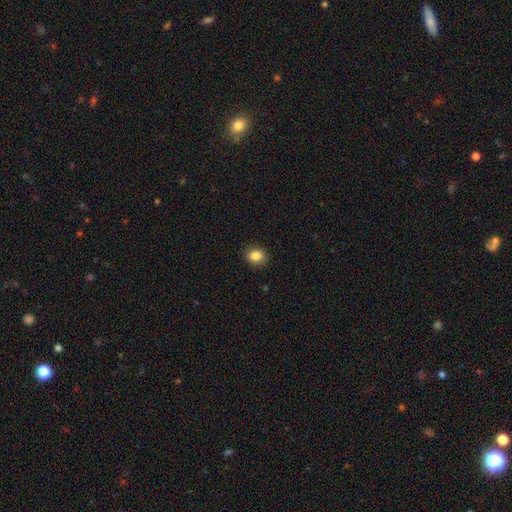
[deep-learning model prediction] Morphology: type=smooth (85%); roundness=round (55%); merging=none (90%).